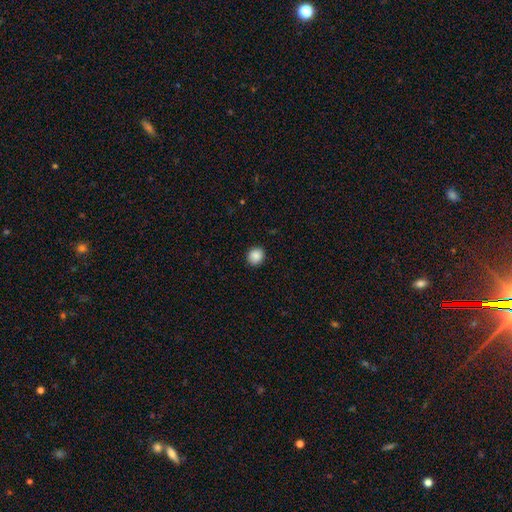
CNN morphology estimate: The model was most divided on "how rounded": round: 78%, in between: 21%, cigar-shaped: 1%. More confident: merging — none (91%); smooth or featured — smooth (89%).